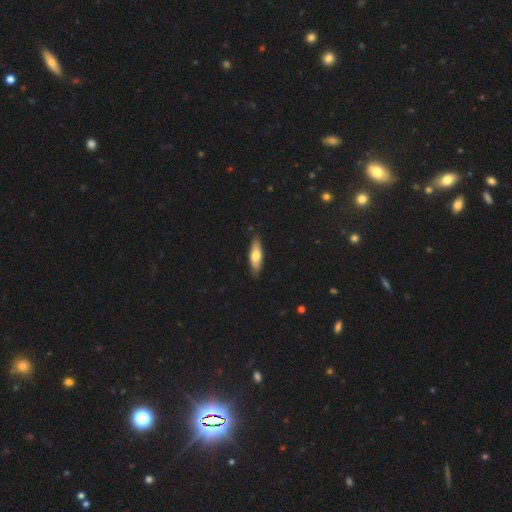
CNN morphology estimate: type=smooth (66%); roundness=cigar-shaped (50%); merging=none (86%).